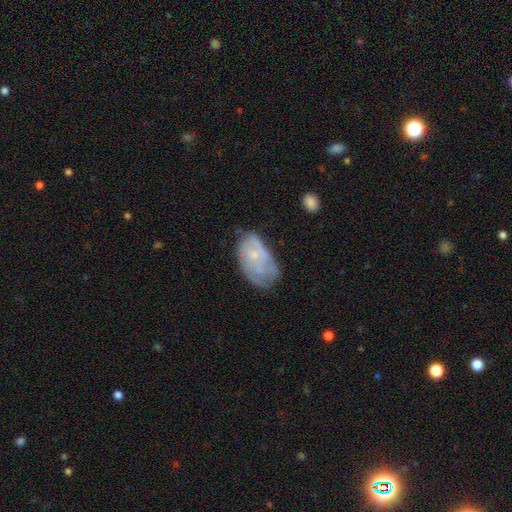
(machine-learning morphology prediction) This appears to be a featured or disk galaxy (52%) with no bar (83%), no spiral arms (61%) and a small central bulge (64%). Merging: none (42%).